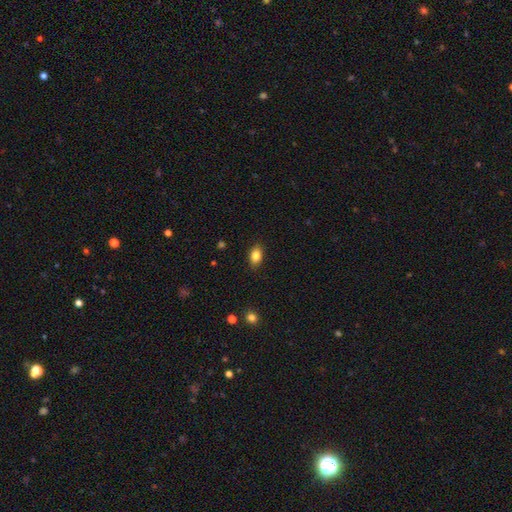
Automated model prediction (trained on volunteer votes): Smooth or featured: smooth — 84% (star or artifact — 9%)
How rounded: in between — 85% (round — 12%)
Merging: none — 86% (minor disturbance — 10%)